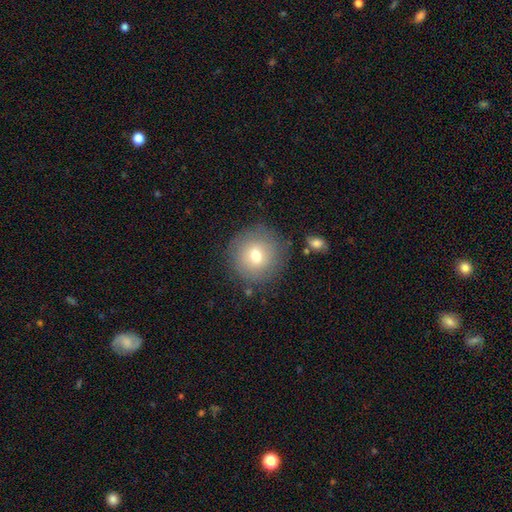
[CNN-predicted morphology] A smooth galaxy with no disk features (72%) that is round (93%). Merging: none (83%).